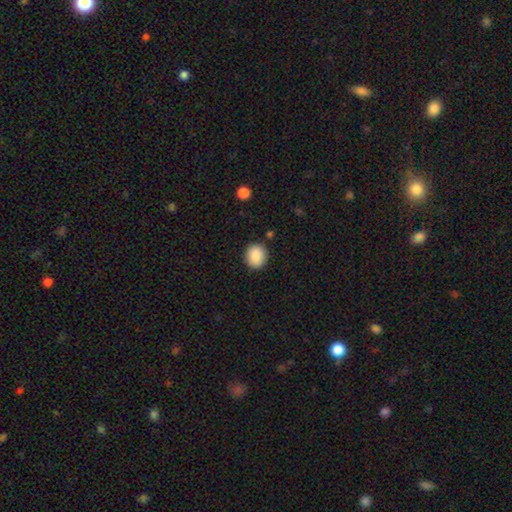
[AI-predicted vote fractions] Smooth or featured: smooth — 89% (star or artifact — 8%)
How rounded: round — 77% (in between — 22%)
Merging: none — 88% (minor disturbance — 8%)